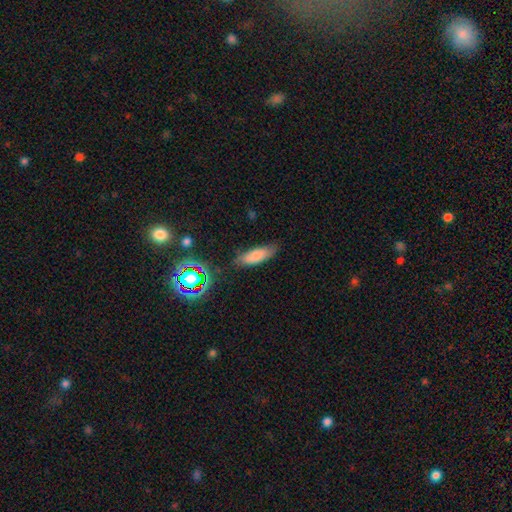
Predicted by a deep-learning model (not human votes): Q: Smooth or featured?
A: smooth (76%); runner-up: featured or disk (14%)
Q: How rounded?
A: in between (62%); runner-up: cigar-shaped (35%)
Q: Merging?
A: none (76%); runner-up: minor disturbance (17%)